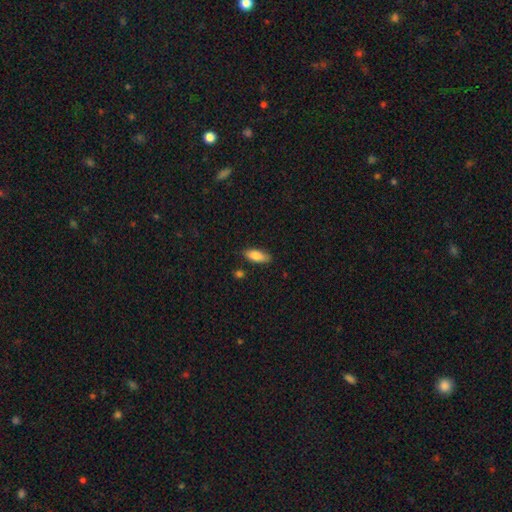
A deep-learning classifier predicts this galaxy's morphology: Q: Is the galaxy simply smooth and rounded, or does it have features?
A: smooth — 83%.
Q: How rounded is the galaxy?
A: in between — 80%.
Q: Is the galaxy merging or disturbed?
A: none — 83%.